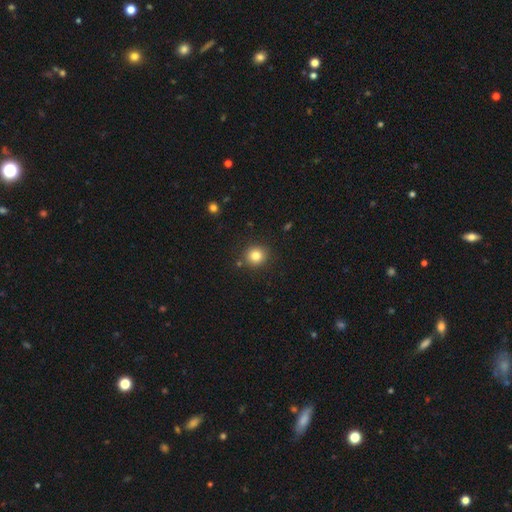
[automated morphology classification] The model was most divided on "smooth or featured": smooth: 82%, star or artifact: 11%, featured or disk: 6%. More confident: how rounded — round (89%); merging — none (88%).